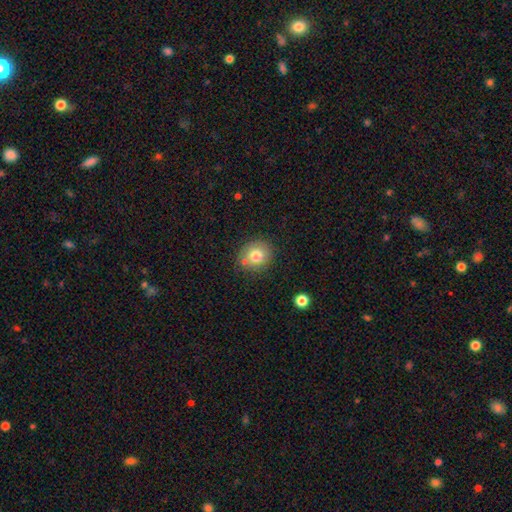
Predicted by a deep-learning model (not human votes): This is likely a smooth galaxy (78%). How rounded: clearly round (81%). Merging: likely none (74%).